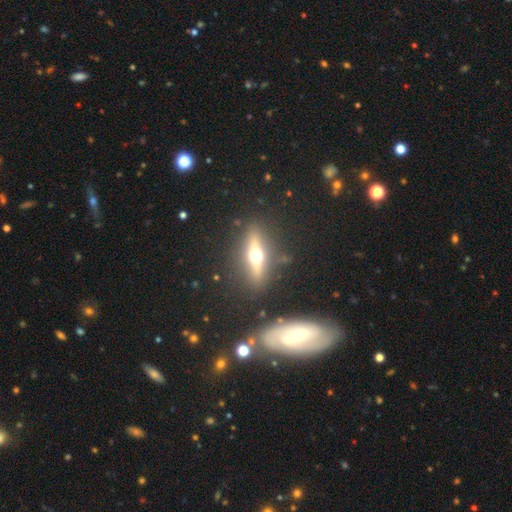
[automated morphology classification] The model was most divided on "smooth or featured": featured or disk: 66%, smooth: 24%, star or artifact: 10%. More confident: edge-on bulge — rounded (96%); edge-on disk — yes (91%); merging — none (86%).